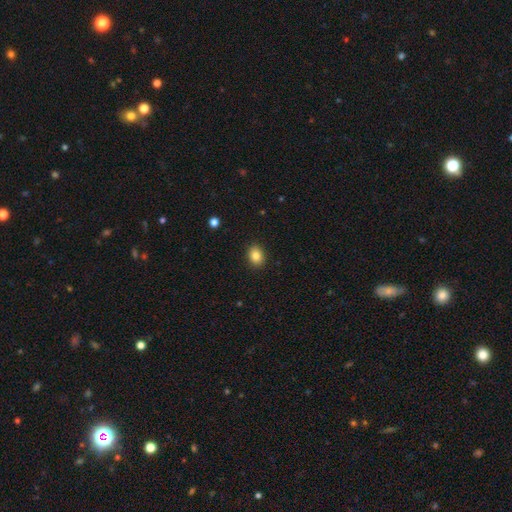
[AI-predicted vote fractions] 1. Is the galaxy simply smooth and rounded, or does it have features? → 85% smooth, 9% star or artifact, 6% featured or disk.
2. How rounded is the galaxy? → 59% in between, 40% round, 1% cigar-shaped.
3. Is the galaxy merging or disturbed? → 90% none, 7% minor disturbance, 2% major disturbance, 1% merger.